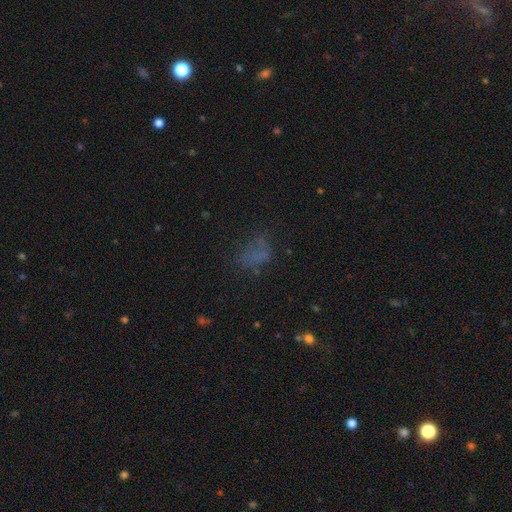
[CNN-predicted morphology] Smooth or featured: smooth — 49% (star or artifact — 26%)
Merging: none — 51% (major disturbance — 24%)